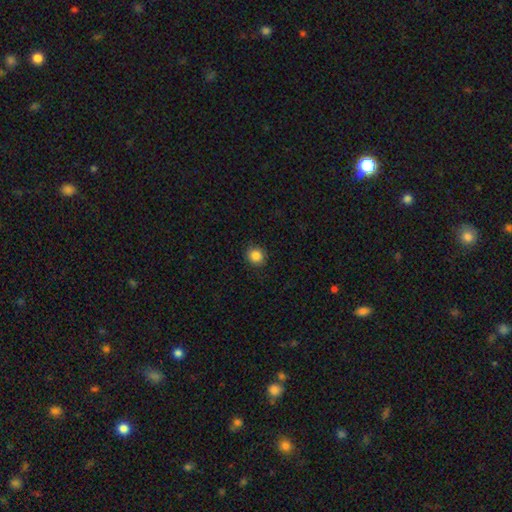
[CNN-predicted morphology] This appears to be a smooth galaxy with no disk features (86%) that is round (85%). Merging: none (90%).